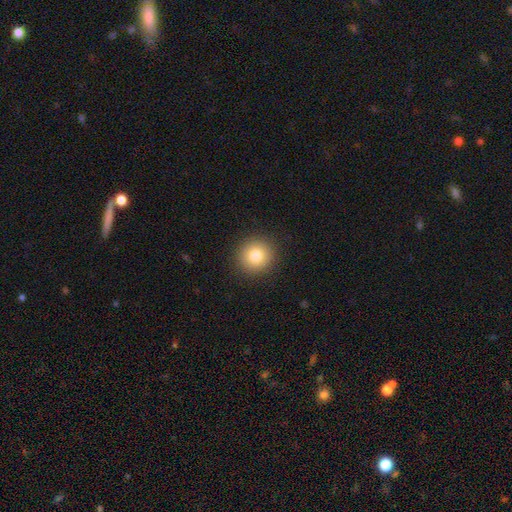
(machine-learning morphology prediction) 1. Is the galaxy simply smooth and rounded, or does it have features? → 81% smooth, 11% star or artifact, 8% featured or disk.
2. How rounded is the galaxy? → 92% round, 7% in between, 1% cigar-shaped.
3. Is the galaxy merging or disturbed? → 91% none, 6% minor disturbance, 2% major disturbance, 1% merger.